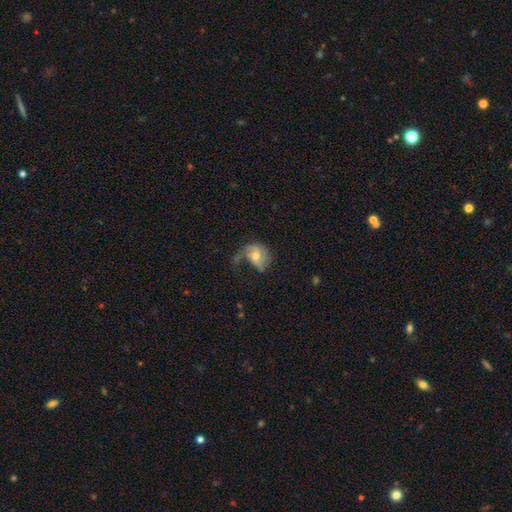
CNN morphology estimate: A featured or disk galaxy (52%).

Vote fractions:
- Smooth or featured? featured or disk: 52% / smooth: 40% / star or artifact: 8%
- Edge-on disk? no: 97% / yes: 3%
- Merging? major disturbance: 38% / none: 30% / minor disturbance: 28% / merger: 4%